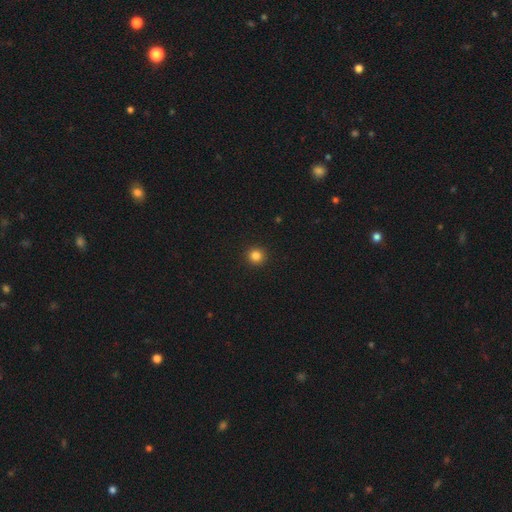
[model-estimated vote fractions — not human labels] Q: Smooth or featured?
A: smooth (84%); runner-up: star or artifact (12%)
Q: How rounded?
A: round (95%); runner-up: in between (4%)
Q: Merging?
A: none (94%); runner-up: minor disturbance (4%)